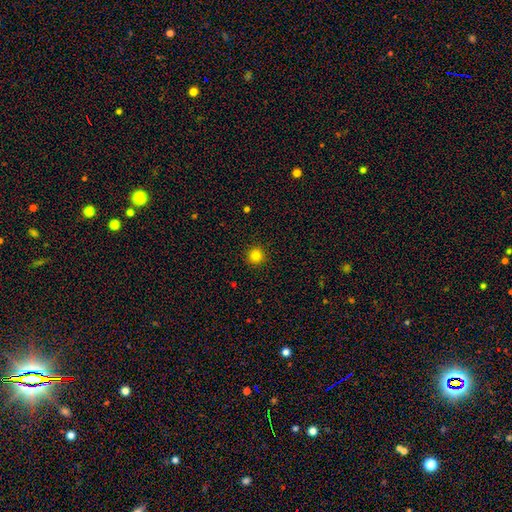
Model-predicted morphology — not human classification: The model was most divided on "smooth or featured": smooth: 82%, star or artifact: 13%, featured or disk: 5%. More confident: how rounded — round (96%); merging — none (93%).